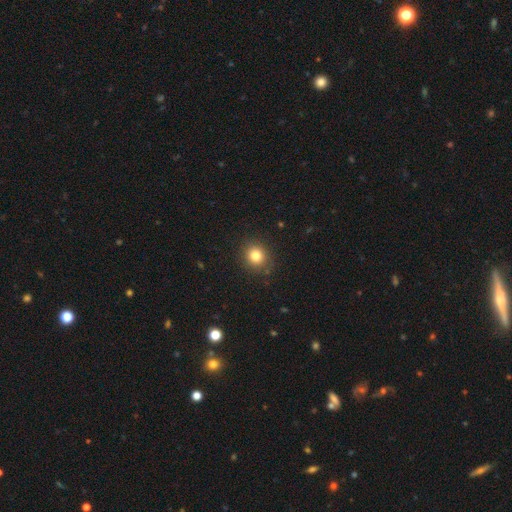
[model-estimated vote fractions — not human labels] smooth-or-featured: smooth: 82% | star or artifact: 12% | featured or disk: 7%
  how-rounded: round: 84% | in between: 15% | cigar-shaped: 1%
  merging: none: 88% | minor disturbance: 9% | major disturbance: 3% | merger: 1%